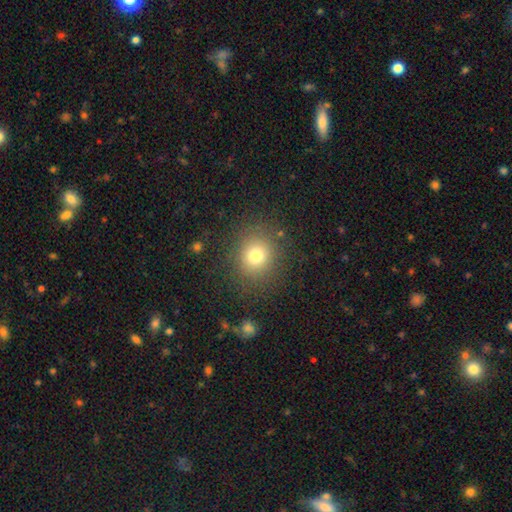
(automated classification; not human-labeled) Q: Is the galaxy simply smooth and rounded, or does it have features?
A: smooth — 76%.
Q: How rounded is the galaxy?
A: round — 83%.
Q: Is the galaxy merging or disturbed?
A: none — 84%.